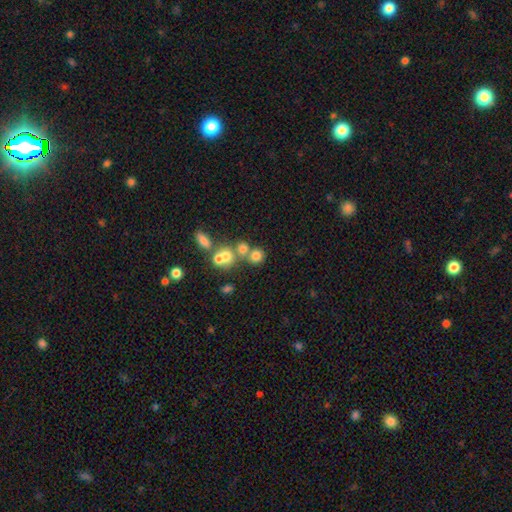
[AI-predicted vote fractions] This appears to be a smooth galaxy with no disk features (70%) that is round (83%). Merging: none (51%).